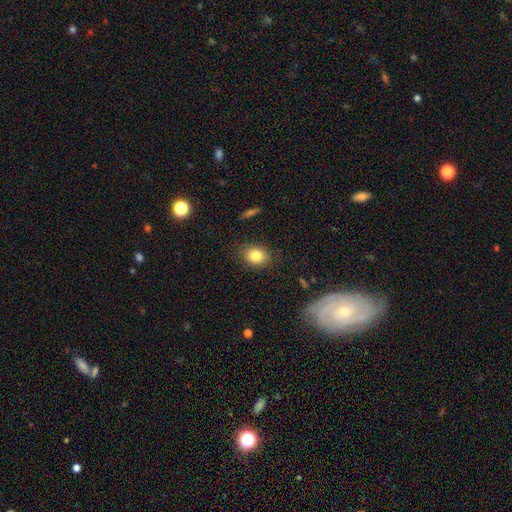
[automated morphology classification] smooth 81%, star or artifact 10%, featured or disk 9%. Down the decision tree: how rounded — in between (54%); merging — none (84%).